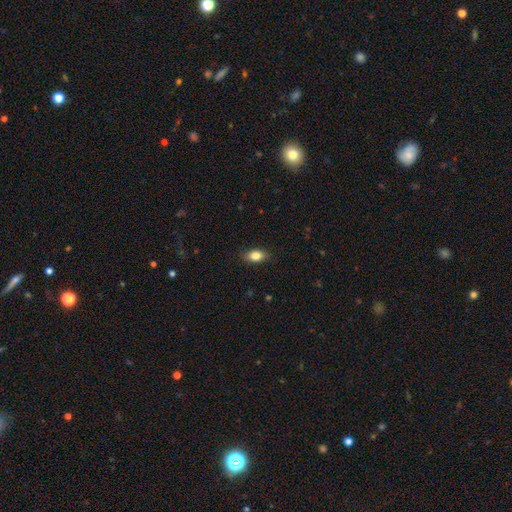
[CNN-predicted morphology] smooth 83%, featured or disk 9%, star or artifact 8%. Down the decision tree: how rounded — in between (86%); merging — none (86%).